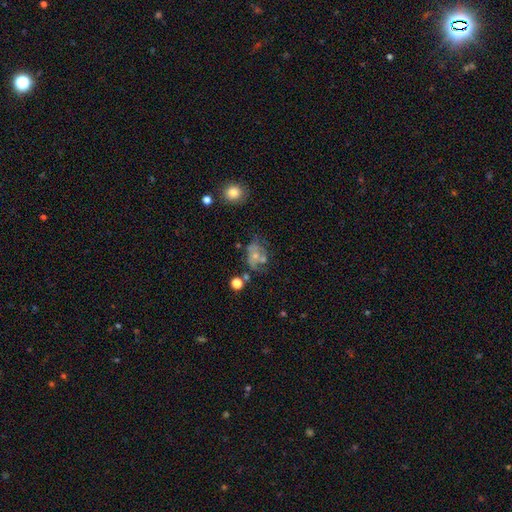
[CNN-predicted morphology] Smooth or featured?
  - featured or disk: 48% *
  - smooth: 39%
  - star or artifact: 12%
Merging?
  - none: 34% *
  - major disturbance: 26%
  - minor disturbance: 25%
  - merger: 15%